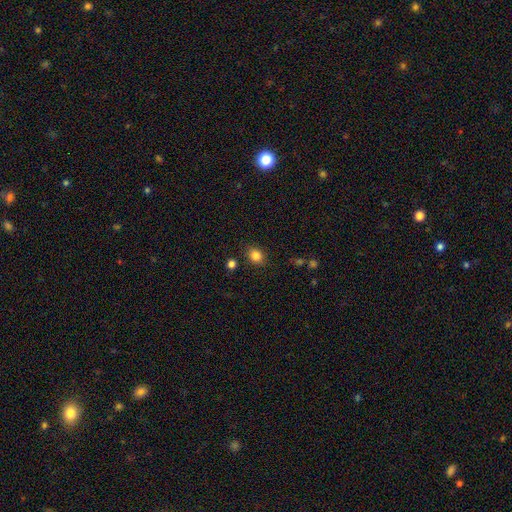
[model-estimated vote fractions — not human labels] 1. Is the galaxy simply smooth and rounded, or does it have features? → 84% smooth, 11% star or artifact, 5% featured or disk.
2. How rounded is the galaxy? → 57% round, 42% in between, 1% cigar-shaped.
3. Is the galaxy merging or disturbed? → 86% none, 9% minor disturbance, 3% merger, 3% major disturbance.